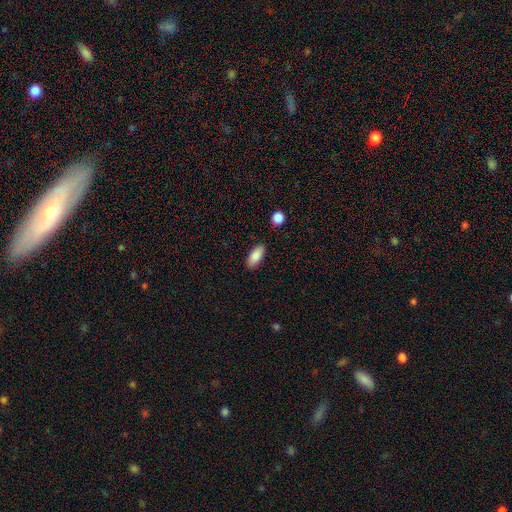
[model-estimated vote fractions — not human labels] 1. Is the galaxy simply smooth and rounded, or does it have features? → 88% smooth, 7% star or artifact, 6% featured or disk.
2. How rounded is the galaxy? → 88% in between, 9% cigar-shaped, 2% round.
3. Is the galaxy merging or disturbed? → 86% none, 10% minor disturbance, 2% major disturbance, 2% merger.